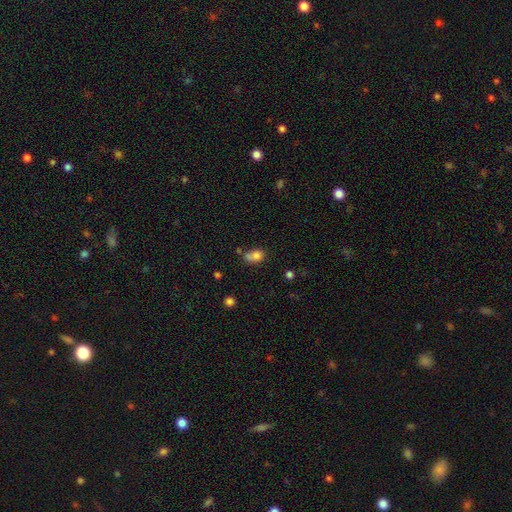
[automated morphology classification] smooth 77%, star or artifact 12%, featured or disk 11%. Down the decision tree: how rounded — in between (61%); merging — none (36%).